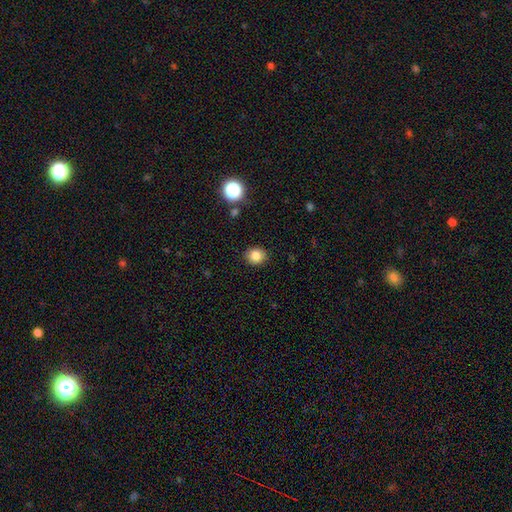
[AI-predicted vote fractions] Smooth or featured? smooth (84%)
How rounded? round (73%)
Merging? none (89%)